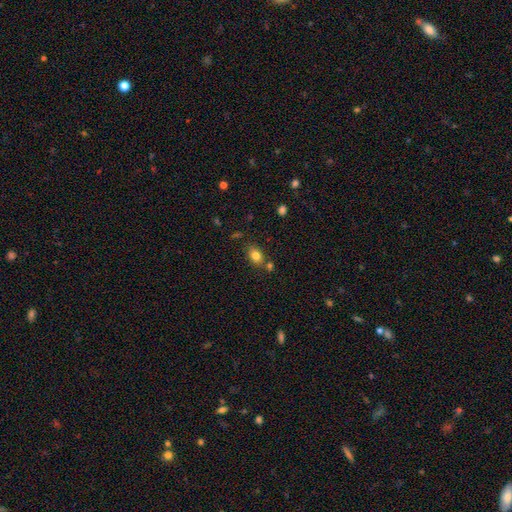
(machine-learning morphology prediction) type=smooth (81%); roundness=in between (73%); merging=none (71%).